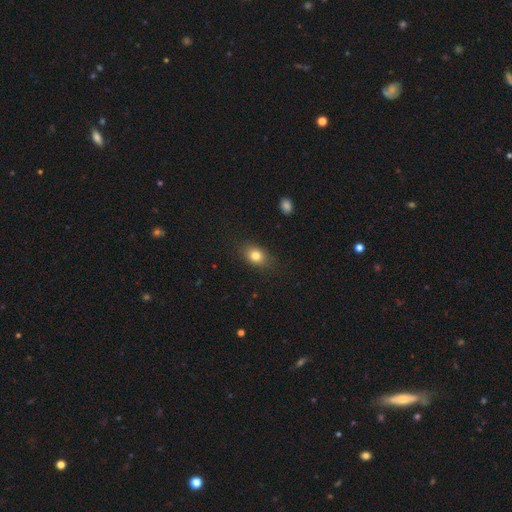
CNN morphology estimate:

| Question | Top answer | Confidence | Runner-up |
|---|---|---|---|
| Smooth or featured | smooth | 80% | star or artifact (11%) |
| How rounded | in between | 65% | round (34%) |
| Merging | none | 83% | minor disturbance (12%) |